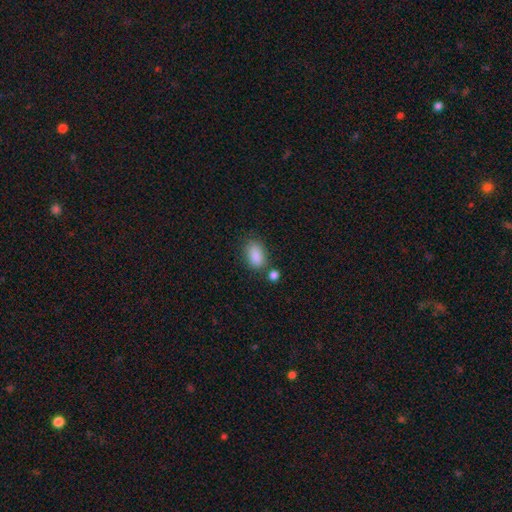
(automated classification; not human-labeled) smooth_or_featured: smooth (p=0.88) [alt: star or artifact p=0.08]
how_rounded: in between (p=0.88) [alt: round p=0.09]
merging: none (p=0.67) [alt: minor disturbance p=0.17]